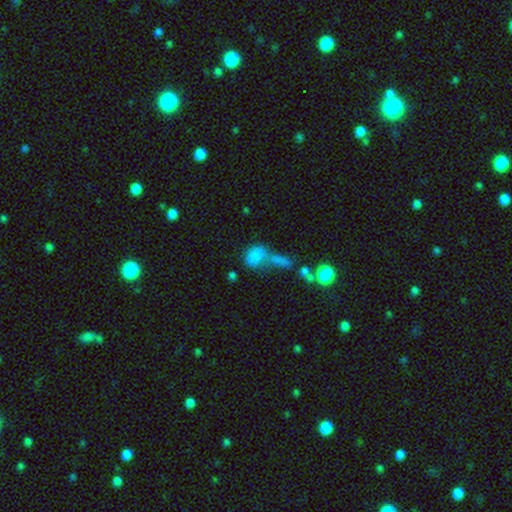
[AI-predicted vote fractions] Overall: smooth (77%). How rounded: in between (79%). Merging: merger (52%; none 27%).